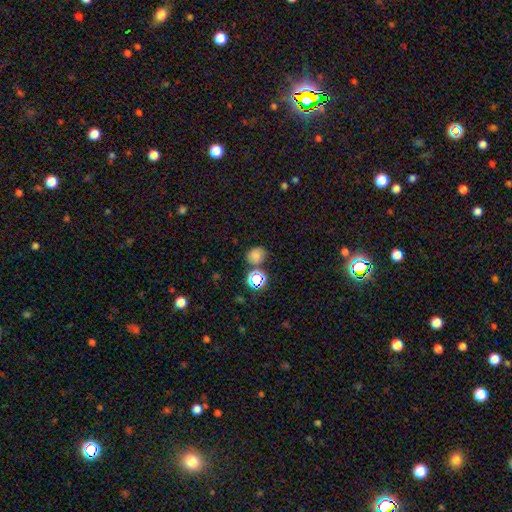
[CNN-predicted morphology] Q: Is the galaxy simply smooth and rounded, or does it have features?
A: smooth — 65%.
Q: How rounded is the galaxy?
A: round — 63%.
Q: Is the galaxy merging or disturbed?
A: none — 65%.